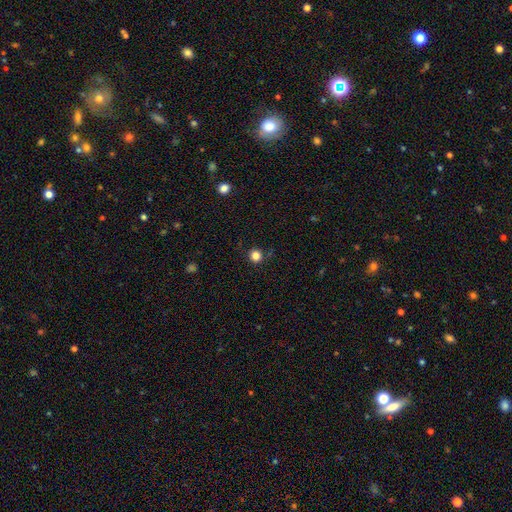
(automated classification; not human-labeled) smooth 83%, star or artifact 13%, featured or disk 4%. Down the decision tree: how rounded — round (94%); merging — none (89%).